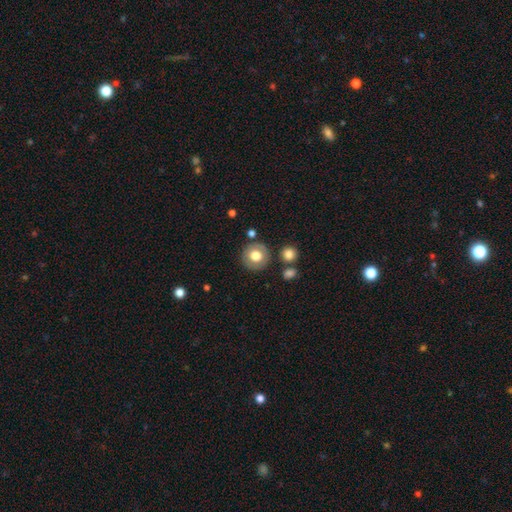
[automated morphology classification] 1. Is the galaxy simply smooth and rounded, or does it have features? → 67% smooth, 24% featured or disk, 8% star or artifact.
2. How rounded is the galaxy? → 92% round, 7% in between, 1% cigar-shaped.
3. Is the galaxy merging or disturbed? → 83% none, 10% minor disturbance, 4% merger, 3% major disturbance.